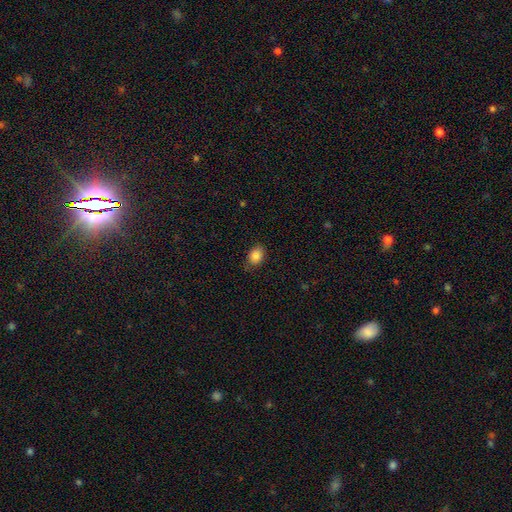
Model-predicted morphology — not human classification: A smooth galaxy with no disk features (86%) that is in between round and cigar-shaped (68%).

Vote fractions:
- Smooth or featured? smooth: 86% / star or artifact: 9% / featured or disk: 5%
- How rounded? in between: 68% / round: 31% / cigar-shaped: 1%
- Merging? none: 78% / minor disturbance: 17% / major disturbance: 4% / merger: 1%